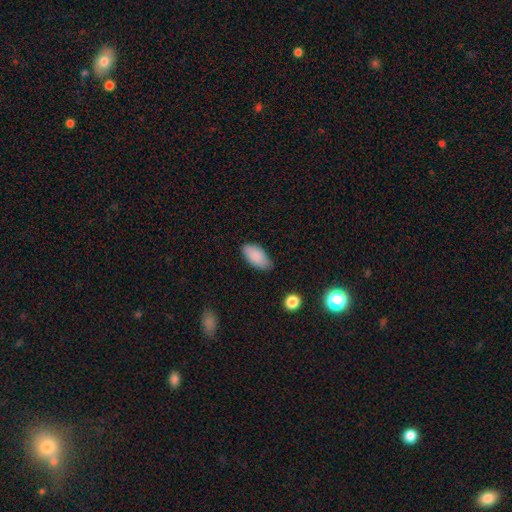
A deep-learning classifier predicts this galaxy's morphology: Smooth or featured?
  - smooth: 88% *
  - star or artifact: 7%
  - featured or disk: 5%
How rounded?
  - in between: 93% *
  - cigar-shaped: 5%
  - round: 2%
Merging?
  - none: 76% *
  - minor disturbance: 19%
  - major disturbance: 4%
  - merger: 2%